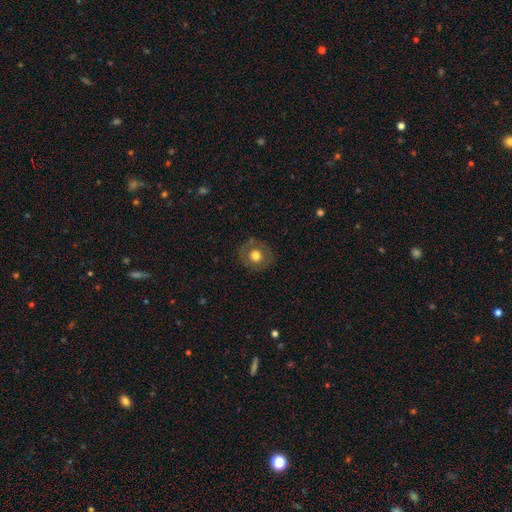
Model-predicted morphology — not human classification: smooth 65%, featured or disk 26%, star or artifact 9%. Down the decision tree: how rounded — round (86%); merging — none (83%).